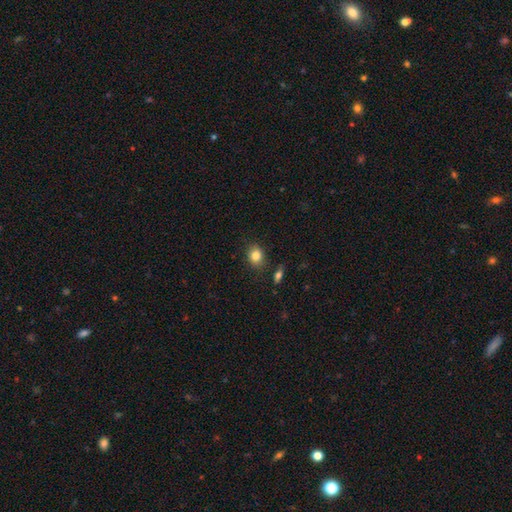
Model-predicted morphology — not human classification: smooth-or-featured: smooth: 83% | star or artifact: 10% | featured or disk: 7%
  how-rounded: round: 52% | in between: 46% | cigar-shaped: 1%
  merging: none: 83% | minor disturbance: 11% | merger: 3% | major disturbance: 3%